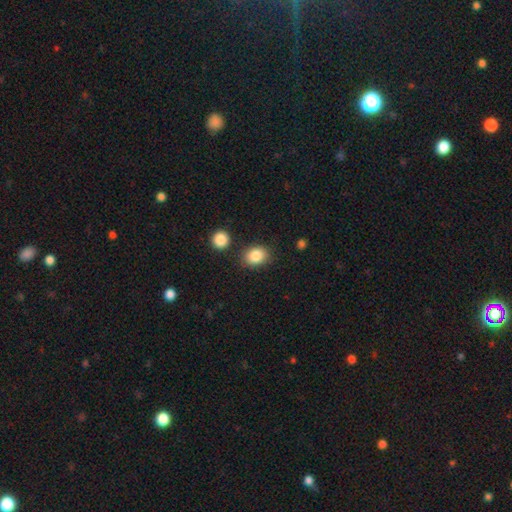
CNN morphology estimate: Smooth or featured: smooth — 86% (star or artifact — 8%)
How rounded: in between — 61% (round — 38%)
Merging: none — 81% (minor disturbance — 10%)